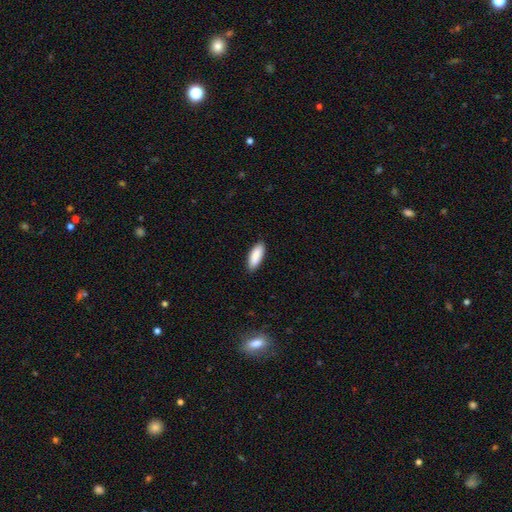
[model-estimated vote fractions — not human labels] Smooth or featured? Predicted: smooth (p=0.89). How rounded? Predicted: in between (p=0.72). Merging? Predicted: none (p=0.87).